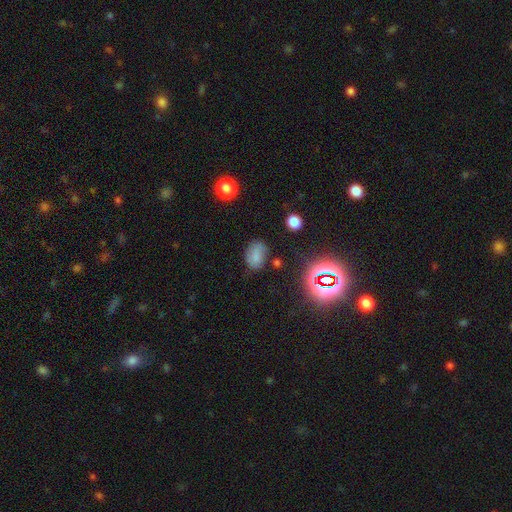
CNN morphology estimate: Smooth or featured?
  - smooth: 71% *
  - star or artifact: 19%
  - featured or disk: 11%
How rounded?
  - in between: 79% *
  - round: 20%
  - cigar-shaped: 1%
Merging?
  - none: 66% *
  - minor disturbance: 22%
  - major disturbance: 8%
  - merger: 4%